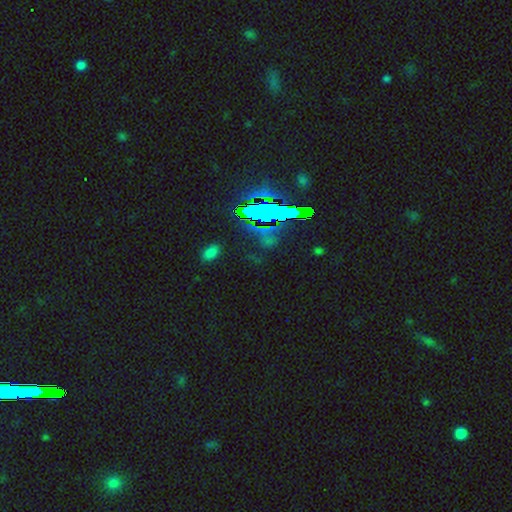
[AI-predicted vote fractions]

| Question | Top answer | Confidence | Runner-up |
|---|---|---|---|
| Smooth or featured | star or artifact | 73% | smooth (16%) |